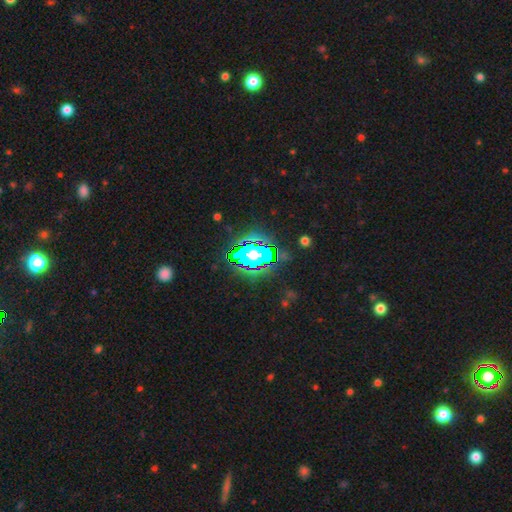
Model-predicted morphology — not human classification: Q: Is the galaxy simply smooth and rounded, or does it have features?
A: star or artifact — 78%.